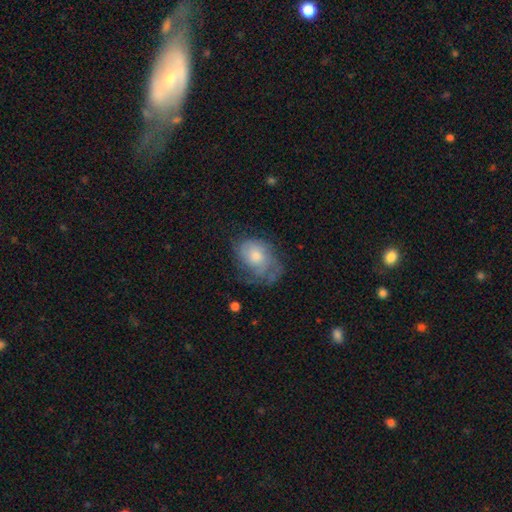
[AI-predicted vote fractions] A featured or disk galaxy (51%).

Vote fractions:
- Smooth or featured? featured or disk: 51% / smooth: 41% / star or artifact: 9%
- Edge-on disk? no: 96% / yes: 4%
- Merging? none: 50% / minor disturbance: 28% / major disturbance: 20% / merger: 2%